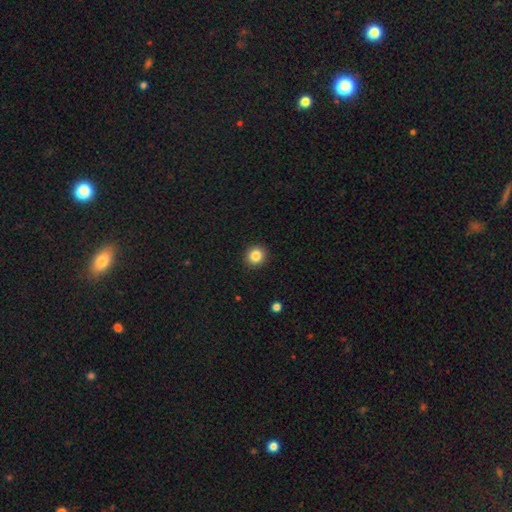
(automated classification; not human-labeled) Morphology: type=smooth (84%); roundness=round (88%); merging=none (92%).